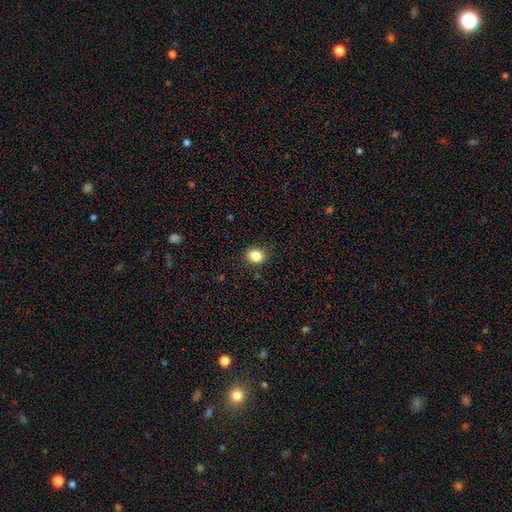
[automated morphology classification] Smooth or featured: smooth — 84% (star or artifact — 11%)
How rounded: round — 58% (in between — 41%)
Merging: none — 88% (minor disturbance — 8%)